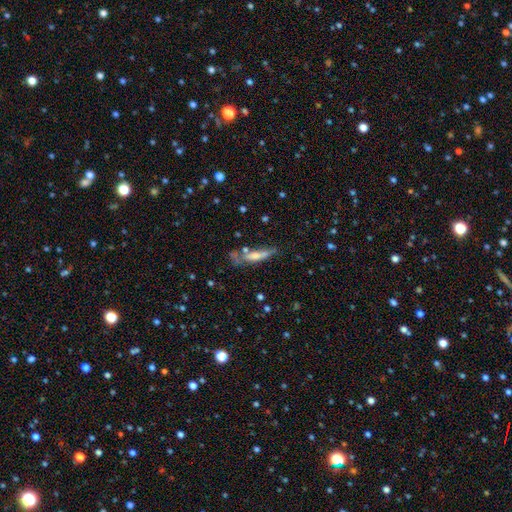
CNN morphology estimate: Smooth or featured?
  - smooth: 52% *
  - featured or disk: 39%
  - star or artifact: 9%
How rounded?
  - cigar-shaped: 78% *
  - in between: 20%
  - round: 2%
Merging?
  - none: 40% *
  - minor disturbance: 25%
  - major disturbance: 19%
  - merger: 16%